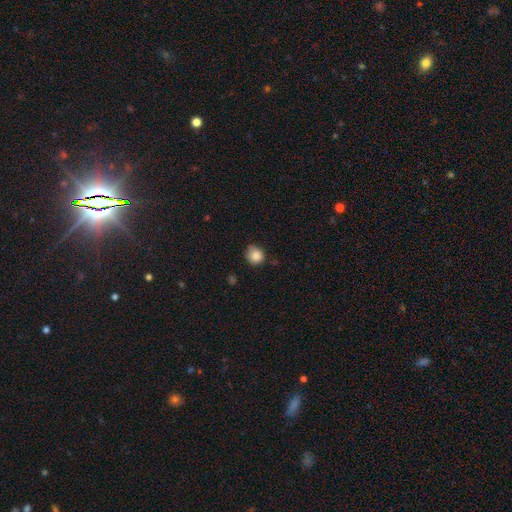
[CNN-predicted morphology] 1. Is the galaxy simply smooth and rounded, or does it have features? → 86% smooth, 9% star or artifact, 5% featured or disk.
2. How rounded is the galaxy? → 83% round, 16% in between, 1% cigar-shaped.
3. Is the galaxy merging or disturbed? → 67% none, 26% minor disturbance, 5% major disturbance, 2% merger.